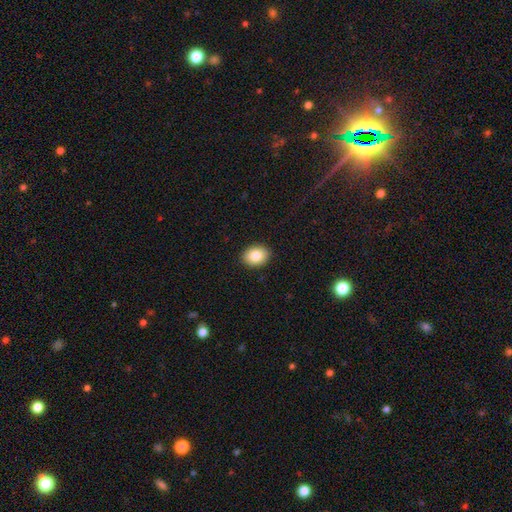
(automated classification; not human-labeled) A smooth galaxy with no disk features (84%) that is in between round and cigar-shaped (62%). Merging: none (91%).